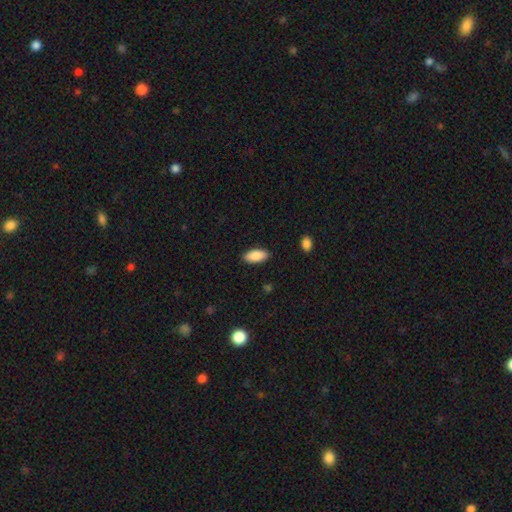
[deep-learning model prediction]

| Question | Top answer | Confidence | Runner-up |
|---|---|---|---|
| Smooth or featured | smooth | 89% | star or artifact (6%) |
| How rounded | in between | 88% | cigar-shaped (10%) |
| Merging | none | 88% | minor disturbance (8%) |